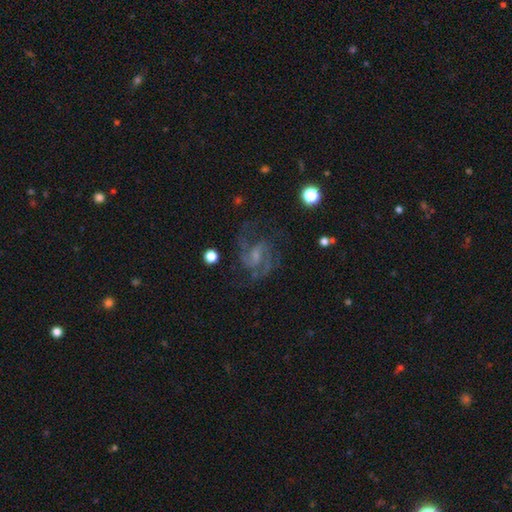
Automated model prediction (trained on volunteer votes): A featured or disk galaxy (86%) with a weak bar (53%), 2 (68%) medium (59%) spiral arms (97%) and a small central bulge (48%). Merging: none (68%).